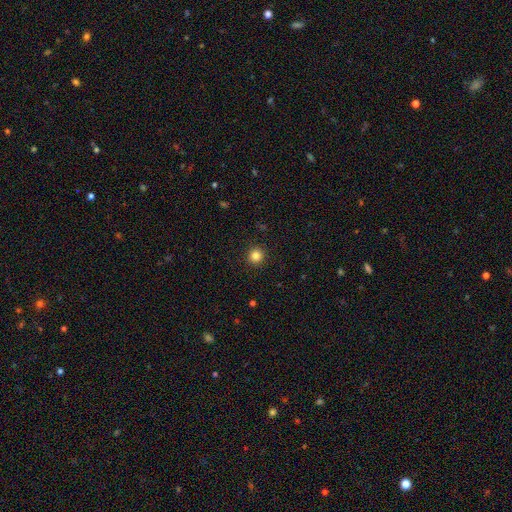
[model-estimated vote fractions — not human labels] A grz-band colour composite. It shows a smooth galaxy with no disk features (84%) that is round (95%). Merging: none (93%).